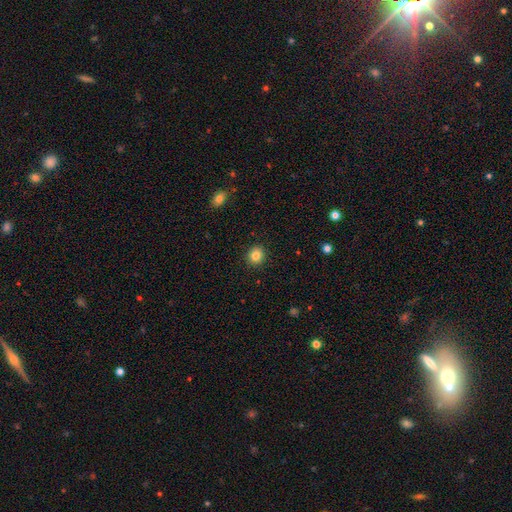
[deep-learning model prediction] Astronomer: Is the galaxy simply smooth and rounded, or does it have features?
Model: smooth — 83%.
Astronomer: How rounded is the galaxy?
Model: round — 86%.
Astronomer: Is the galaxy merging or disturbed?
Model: none — 92%.